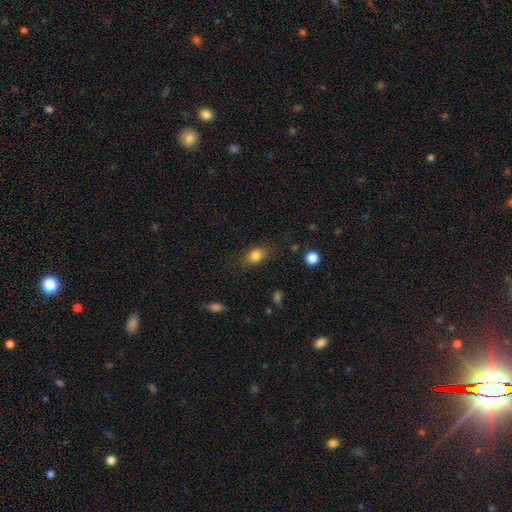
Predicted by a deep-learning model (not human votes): This is clearly a smooth galaxy (82%). How rounded: likely in between (71%). Merging: likely none (78%).